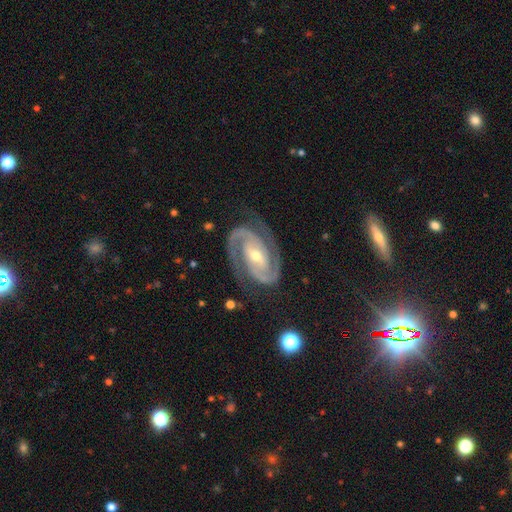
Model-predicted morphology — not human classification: A featured or disk galaxy (94%) with a strong bar (34%, tied with weak), 2 (93%) tight (58%) spiral arms (99%) and a moderate central bulge (55%).

Vote fractions:
- Smooth or featured? featured or disk: 94% / star or artifact: 4% / smooth: 3%
- Edge-on disk? no: 98% / yes: 2%
- Bar? strong: 34% (tied) / weak: 34% (tied) / no: 33%
- Spiral arms? yes: 99% / no: 1%
- Spiral winding? tight: 58% / medium: 37% / loose: 5%
- Spiral arm count? 2: 93% / 3: 2% / can't tell: 1% / 1: 1% / 4: 1% / more than 4: 1%
- Bulge size? moderate: 55% / small: 41% / large: 2% / none: 1% / dominant: 1%
- Merging? none: 82% / minor disturbance: 13% / major disturbance: 4% / merger: 1%